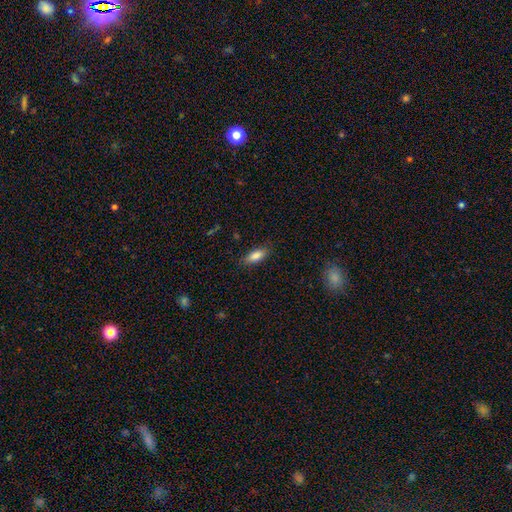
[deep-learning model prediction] Smooth or featured?
  - smooth: 86% *
  - featured or disk: 7%
  - star or artifact: 7%
How rounded?
  - in between: 79% *
  - cigar-shaped: 19%
  - round: 2%
Merging?
  - none: 84% *
  - minor disturbance: 12%
  - major disturbance: 3%
  - merger: 1%